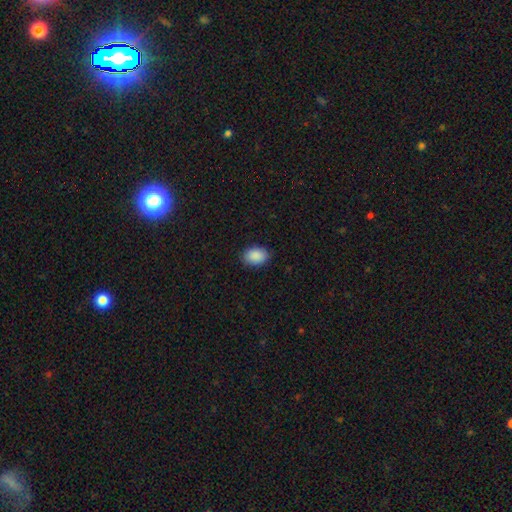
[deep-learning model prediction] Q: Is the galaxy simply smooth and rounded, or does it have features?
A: smooth — 90%.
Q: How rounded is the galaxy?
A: in between — 80%.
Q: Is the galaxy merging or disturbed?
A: none — 87%.